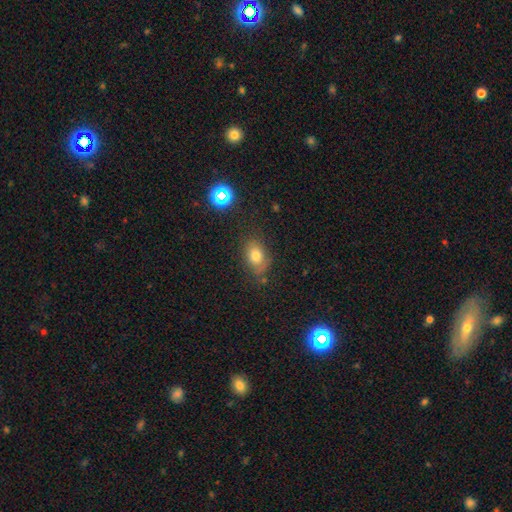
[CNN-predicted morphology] Q: Smooth or featured?
A: smooth (74%); runner-up: star or artifact (15%)
Q: How rounded?
A: in between (75%); runner-up: round (23%)
Q: Merging?
A: none (71%); runner-up: minor disturbance (20%)